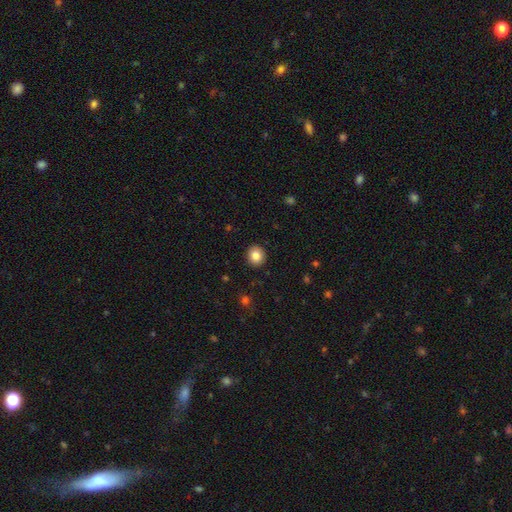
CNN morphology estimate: Smooth or featured? smooth (85%)
How rounded? round (86%)
Merging? none (92%)